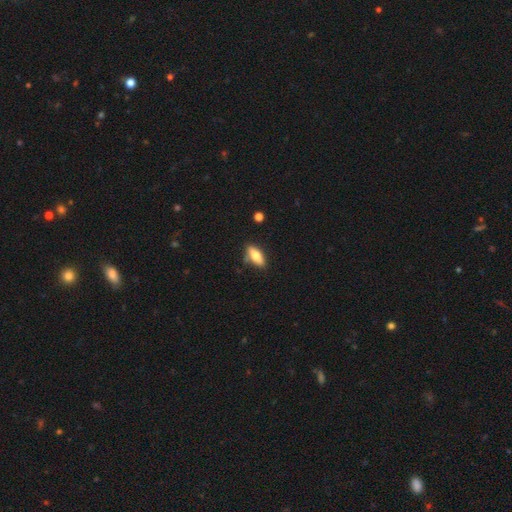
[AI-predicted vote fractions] A smooth galaxy with no disk features (73%) that is in between round and cigar-shaped (77%).

Vote fractions:
- Smooth or featured? smooth: 73% / featured or disk: 20% / star or artifact: 7%
- How rounded? in between: 77% / cigar-shaped: 20% / round: 3%
- Merging? none: 72% / minor disturbance: 20% / major disturbance: 4% / merger: 4%